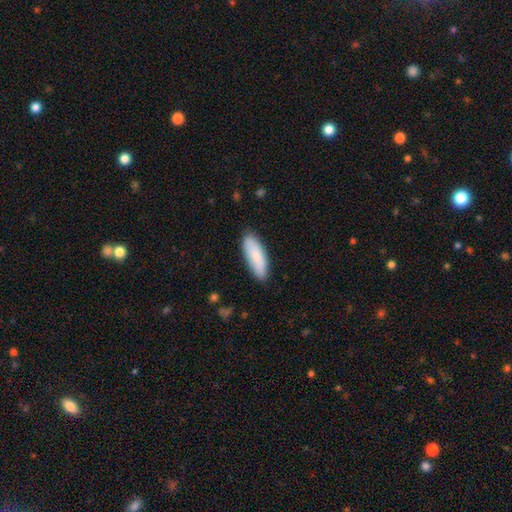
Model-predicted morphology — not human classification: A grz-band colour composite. It shows a smooth galaxy with no disk features (84%) that is in between round and cigar-shaped (58%). Merging: none (86%).